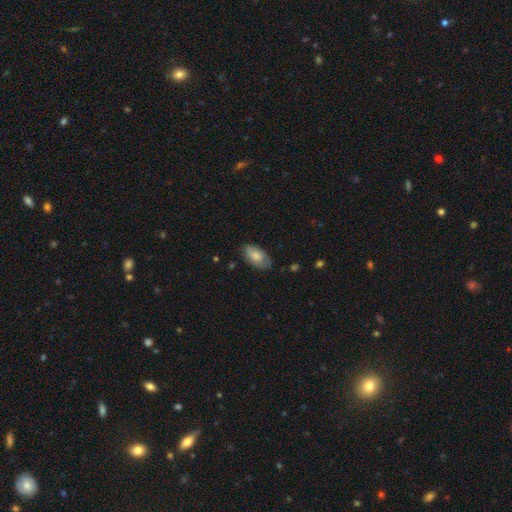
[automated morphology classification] type=smooth (73%); roundness=in between (94%); merging=none (75%).